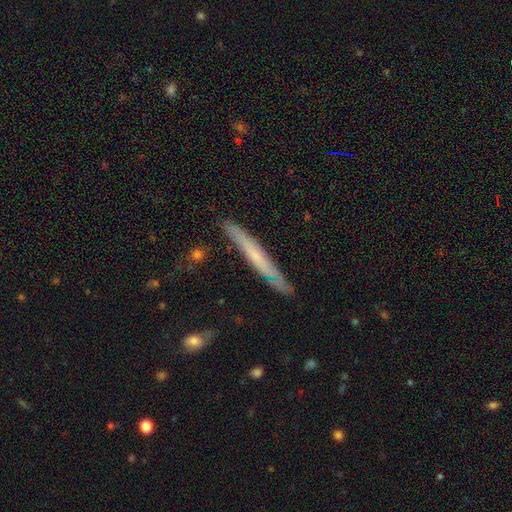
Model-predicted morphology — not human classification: A featured or disk galaxy (51%) viewed edge-on (92%).

Vote fractions:
- Smooth or featured? featured or disk: 51% / smooth: 42% / star or artifact: 7%
- Edge-on disk? yes: 92% / no: 8%
- Merging? none: 84% / minor disturbance: 12% / major disturbance: 2% / merger: 2%